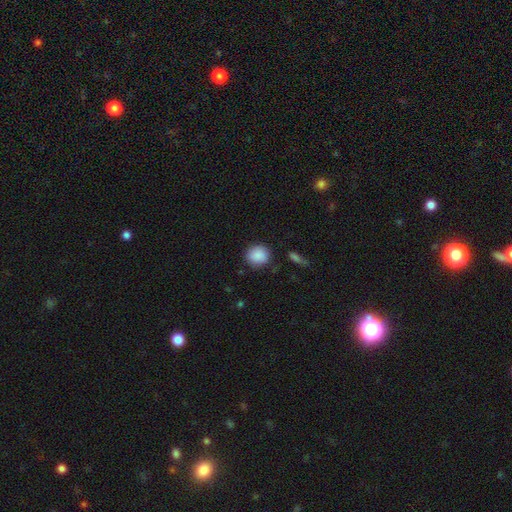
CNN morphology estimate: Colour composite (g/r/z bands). It shows a smooth galaxy with no disk features (89%) that is round (84%). Merging: none (85%).